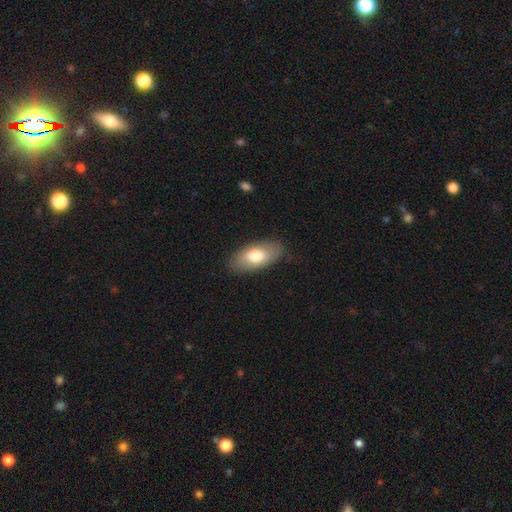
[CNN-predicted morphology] This is likely a smooth galaxy (72%). How rounded: clearly in between (91%). Merging: clearly none (84%).